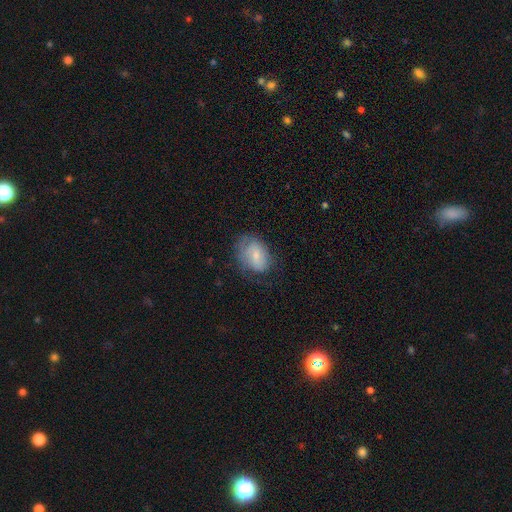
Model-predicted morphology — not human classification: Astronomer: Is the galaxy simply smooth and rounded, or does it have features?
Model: smooth — 62%.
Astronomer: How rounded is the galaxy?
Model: in between — 77%.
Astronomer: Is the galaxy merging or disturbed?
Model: none — 59%.